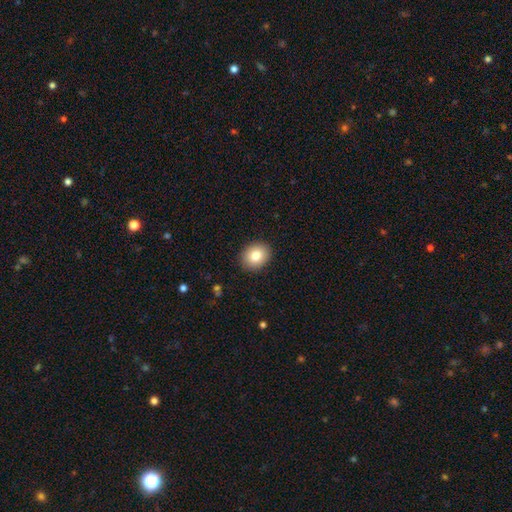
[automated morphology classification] This appears to be a smooth galaxy with no disk features (82%) that is round (59%). Merging: none (90%).